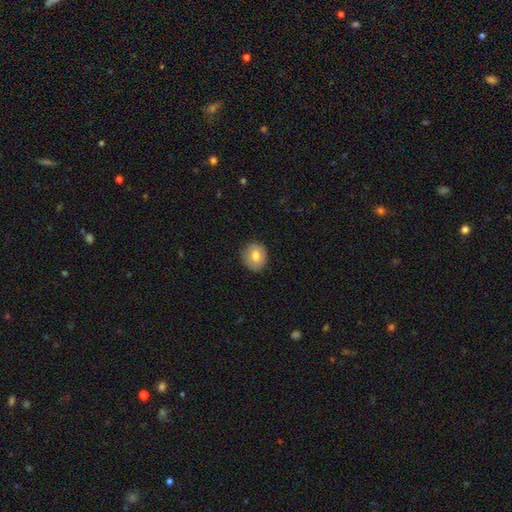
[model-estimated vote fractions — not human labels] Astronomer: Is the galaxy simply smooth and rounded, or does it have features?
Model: smooth — 72%.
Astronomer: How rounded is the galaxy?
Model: round — 78%.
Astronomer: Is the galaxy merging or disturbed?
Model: none — 84%.